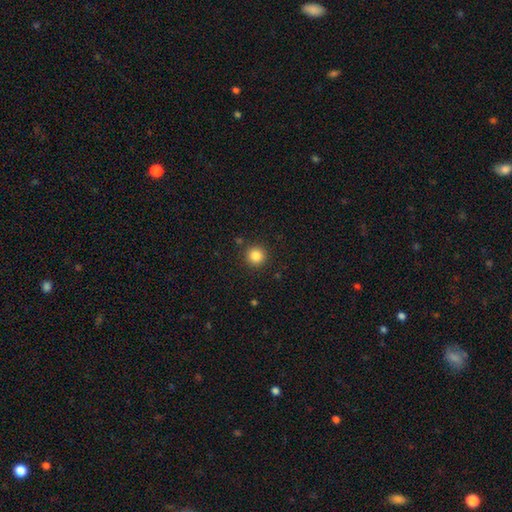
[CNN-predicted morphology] smooth 84%, star or artifact 11%, featured or disk 4%. Down the decision tree: how rounded — round (95%); merging — none (91%).